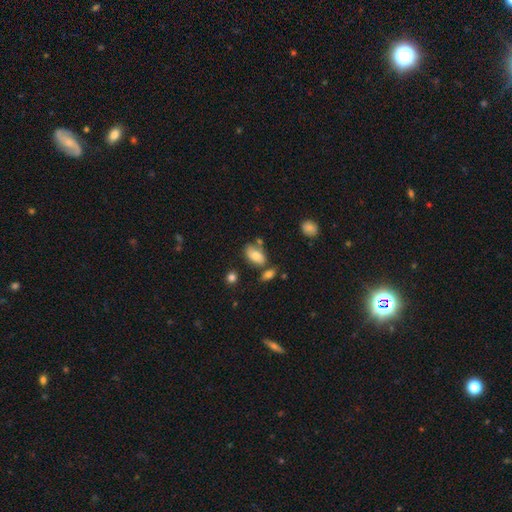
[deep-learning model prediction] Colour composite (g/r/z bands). It shows a smooth galaxy with no disk features (74%) that is in between round and cigar-shaped (92%). Merging: none (55%).